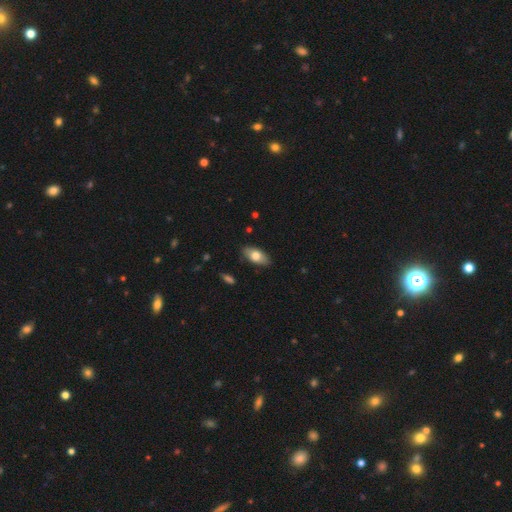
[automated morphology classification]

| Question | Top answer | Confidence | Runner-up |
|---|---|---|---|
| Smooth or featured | smooth | 74% | featured or disk (20%) |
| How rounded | in between | 90% | cigar-shaped (6%) |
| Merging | none | 85% | minor disturbance (11%) |